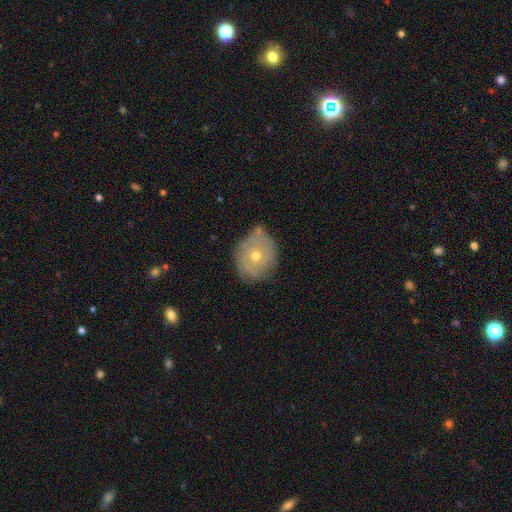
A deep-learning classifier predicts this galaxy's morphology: smooth-or-featured: featured or disk: 45% (tied) | smooth: 45% (tied) | star or artifact: 10%
  merging: none: 66% | minor disturbance: 22% | merger: 6% | major disturbance: 6%